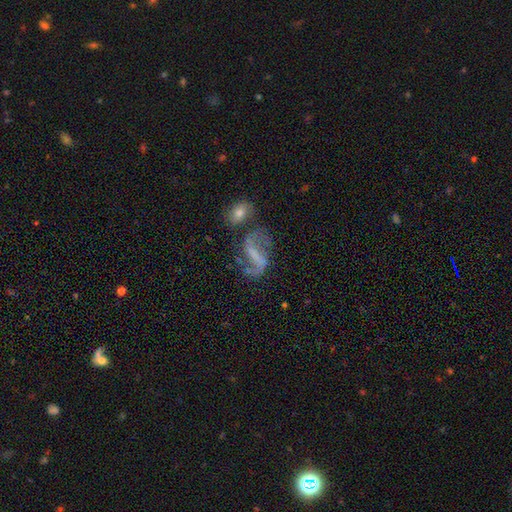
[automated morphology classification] A featured or disk galaxy (75%) with a strong bar (54%), 2 (87%) loose (74%) spiral arms (84%) and no central bulge (61%).

Vote fractions:
- Smooth or featured? featured or disk: 75% / smooth: 14% / star or artifact: 11%
- Edge-on disk? no: 95% / yes: 5%
- Bar? strong: 54% / weak: 30% / no: 16%
- Spiral arms? yes: 84% / no: 16%
- Spiral winding? loose: 74% / medium: 20% / tight: 6%
- Spiral arm count? 2: 87% / 1: 5% / can't tell: 4% / 3: 1% / 4: 1% / more than 4: 1%
- Bulge size? none: 61% / small: 24% / moderate: 10% / large: 3% / dominant: 1%
- Merging? none: 50% / major disturbance: 19% / minor disturbance: 18% / merger: 13%